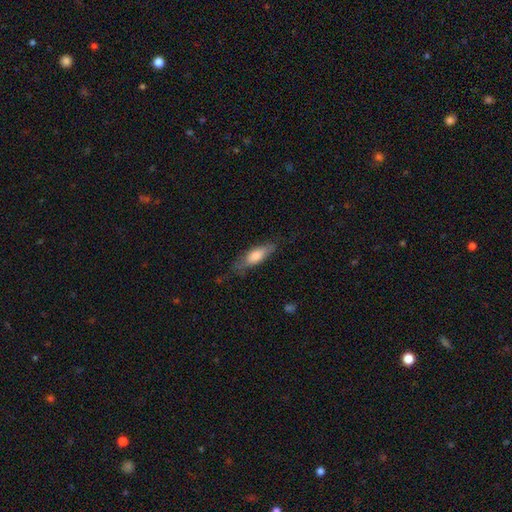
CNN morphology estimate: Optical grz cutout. It shows a smooth galaxy with no disk features (68%) that is in between round and cigar-shaped (53%). Merging: none (68%).